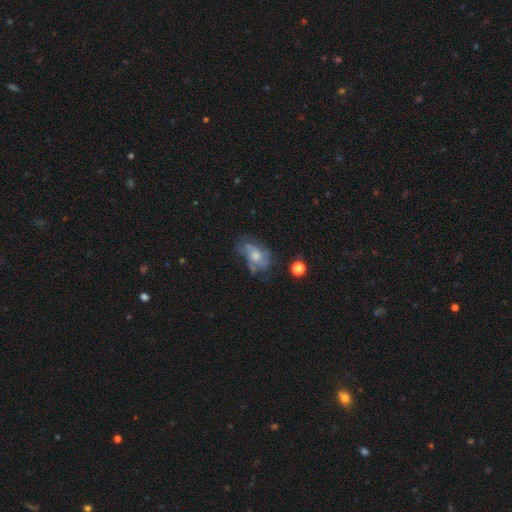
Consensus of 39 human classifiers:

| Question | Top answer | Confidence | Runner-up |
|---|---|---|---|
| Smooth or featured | featured or disk | 54% | smooth (38%) |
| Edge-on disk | no | 100% | — |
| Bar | no | 90% | weak (10%) |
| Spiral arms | no | 76% | yes (24%) |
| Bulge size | moderate | 57% | small (24%) |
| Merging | major disturbance | 56% | minor disturbance (22%) |